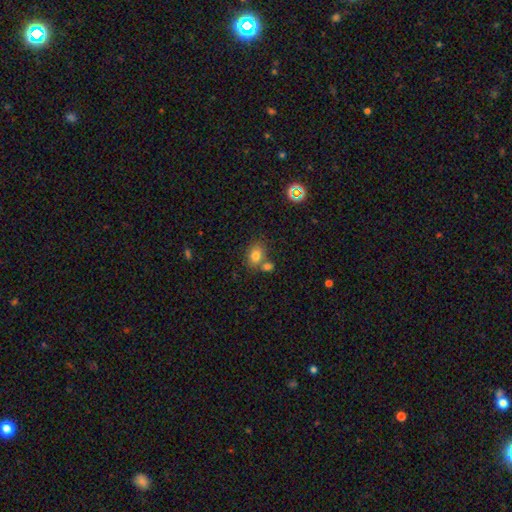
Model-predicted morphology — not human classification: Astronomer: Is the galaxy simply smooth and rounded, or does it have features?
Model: smooth — 78%.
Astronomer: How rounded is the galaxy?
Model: in between — 66%.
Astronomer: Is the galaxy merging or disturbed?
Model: none — 56%.